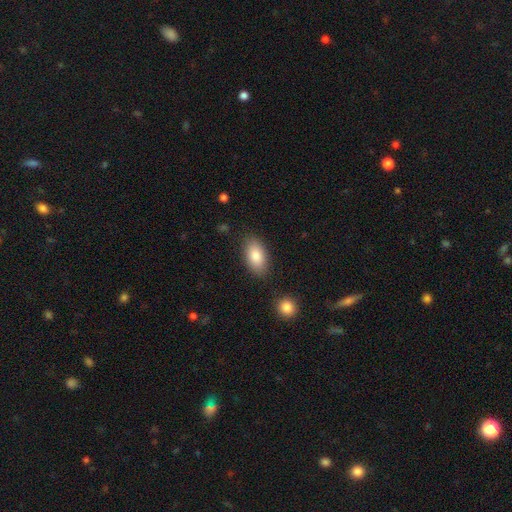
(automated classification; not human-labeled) Smooth or featured?
  - smooth: 85% *
  - featured or disk: 9%
  - star or artifact: 7%
How rounded?
  - in between: 92% *
  - round: 4%
  - cigar-shaped: 3%
Merging?
  - none: 82% *
  - minor disturbance: 12%
  - merger: 3%
  - major disturbance: 3%